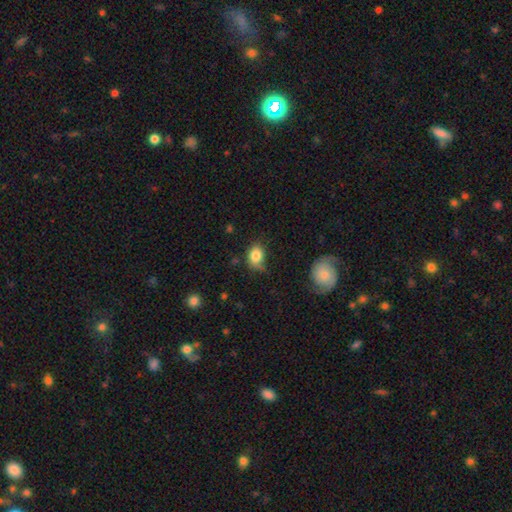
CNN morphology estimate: This is clearly a smooth galaxy (82%). How rounded: possibly in between (60%). Merging: possibly none (54%).